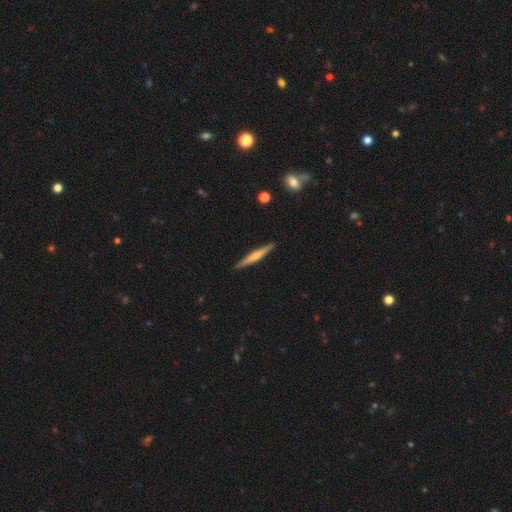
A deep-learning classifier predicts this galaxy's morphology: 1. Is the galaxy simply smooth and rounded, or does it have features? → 50% smooth, 45% featured or disk, 5% star or artifact.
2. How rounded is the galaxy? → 95% cigar-shaped, 3% in between, 1% round.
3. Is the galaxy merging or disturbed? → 91% none, 7% minor disturbance, 1% major disturbance, 1% merger.